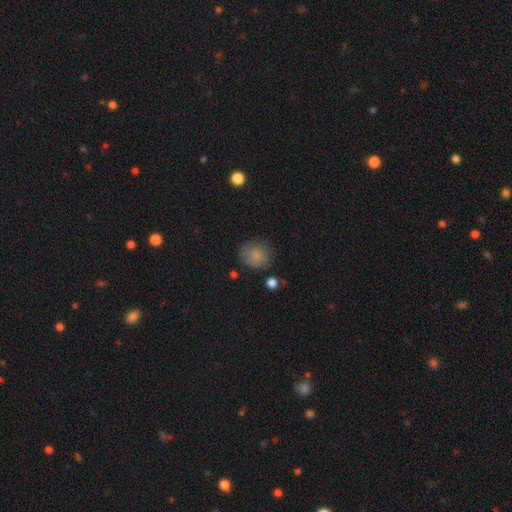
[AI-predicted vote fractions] Overall: smooth (82%). How rounded: round (78%). Merging: none (70%).